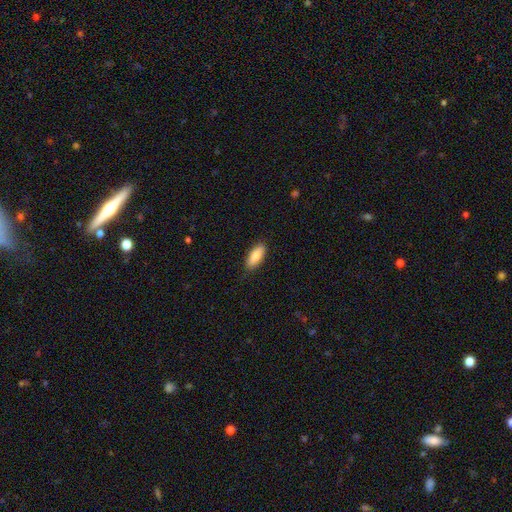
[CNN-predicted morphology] Q: Smooth or featured?
A: smooth (85%); runner-up: featured or disk (9%)
Q: How rounded?
A: in between (80%); runner-up: cigar-shaped (18%)
Q: Merging?
A: none (85%); runner-up: minor disturbance (11%)